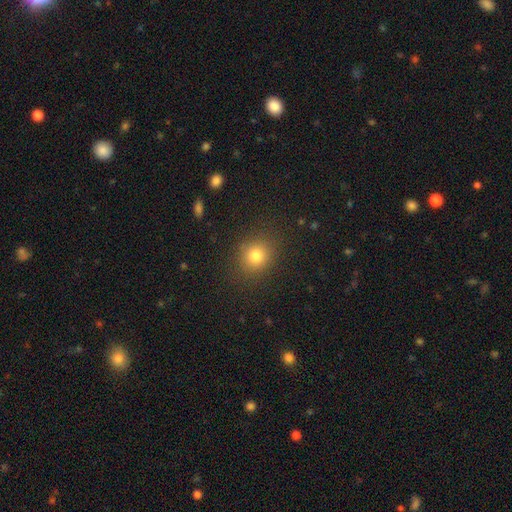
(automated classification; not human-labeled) Q: Smooth or featured?
A: smooth (80%); runner-up: star or artifact (13%)
Q: How rounded?
A: round (81%); runner-up: in between (18%)
Q: Merging?
A: none (87%); runner-up: minor disturbance (9%)